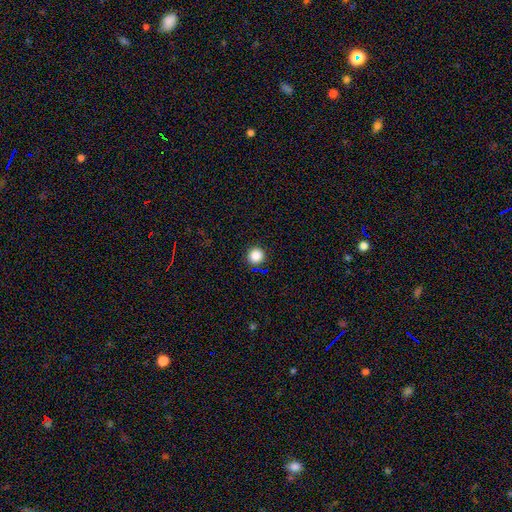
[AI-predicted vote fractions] Morphology: type=smooth (85%); roundness=round (95%); merging=none (90%).